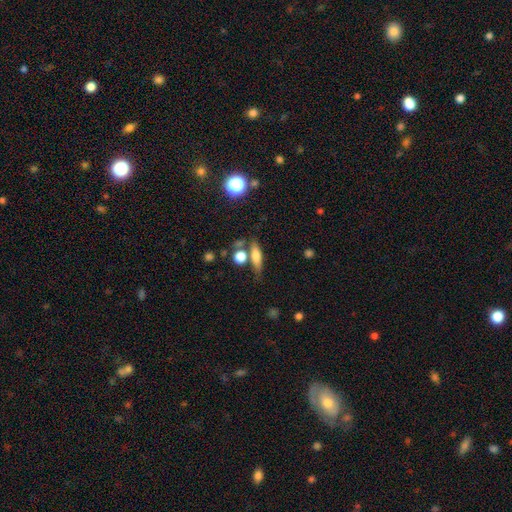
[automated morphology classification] Smooth or featured: smooth — 64% (featured or disk — 26%)
How rounded: cigar-shaped — 55% (in between — 36%)
Merging: none — 66% (merger — 14%)